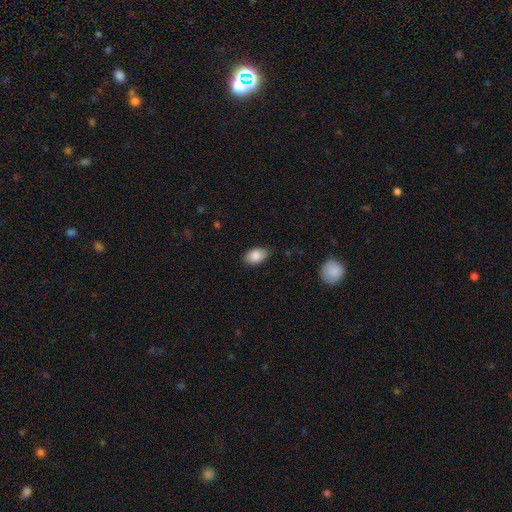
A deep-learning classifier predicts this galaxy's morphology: Overall: smooth (87%). How rounded: in between (90%). Merging: none (79%).